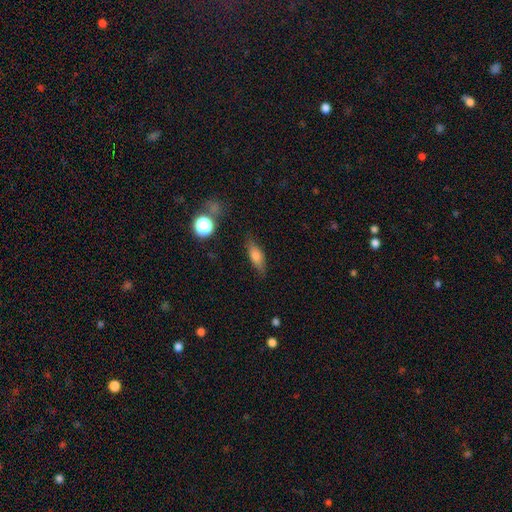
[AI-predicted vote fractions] smooth_or_featured: smooth (p=0.66) [alt: featured or disk p=0.24]
how_rounded: in between (p=0.56) [alt: cigar-shaped p=0.38]
merging: none (p=0.79) [alt: minor disturbance p=0.15]